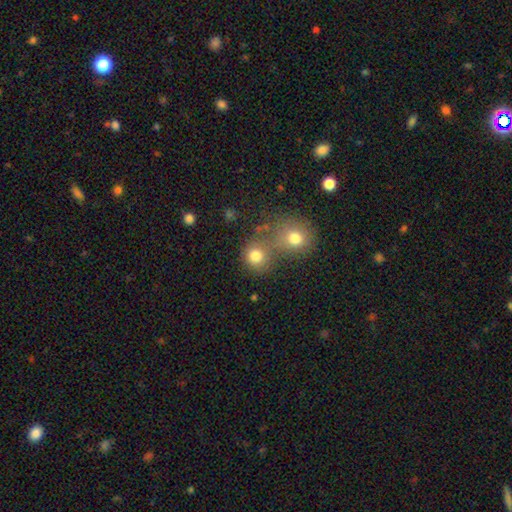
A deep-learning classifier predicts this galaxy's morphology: smooth 80%, star or artifact 12%, featured or disk 8%. Down the decision tree: how rounded — round (86%); merging — none (47%).